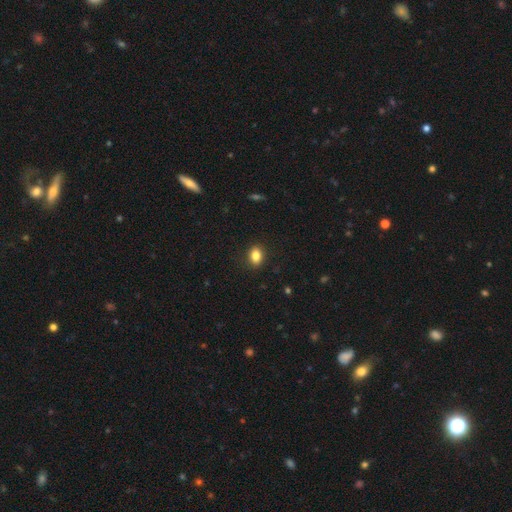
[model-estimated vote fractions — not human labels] smooth-or-featured: smooth: 85% | star or artifact: 9% | featured or disk: 6%
  how-rounded: in between: 71% | round: 28% | cigar-shaped: 1%
  merging: none: 89% | minor disturbance: 8% | major disturbance: 2% | merger: 1%